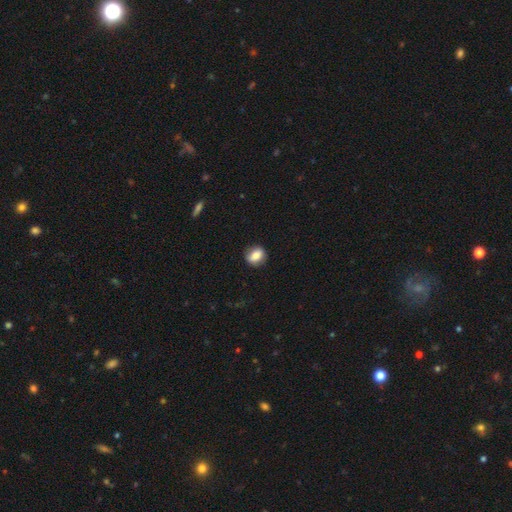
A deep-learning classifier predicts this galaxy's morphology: Q: Smooth or featured?
A: smooth (79%); runner-up: featured or disk (13%)
Q: How rounded?
A: in between (50%); runner-up: round (48%)
Q: Merging?
A: none (86%); runner-up: minor disturbance (11%)